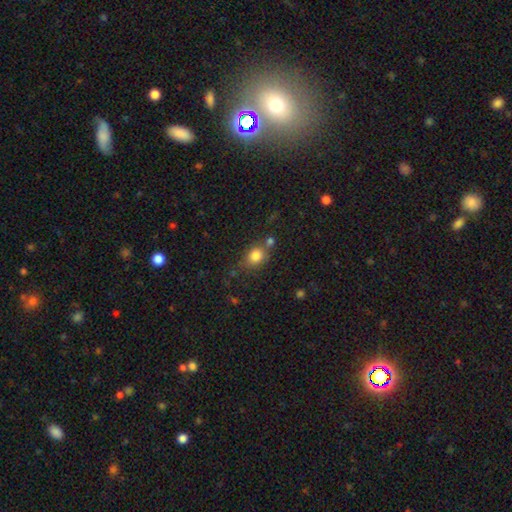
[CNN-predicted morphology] Q: Smooth or featured?
A: smooth (82%); runner-up: star or artifact (10%)
Q: How rounded?
A: round (55%); runner-up: in between (43%)
Q: Merging?
A: none (60%); runner-up: merger (17%)